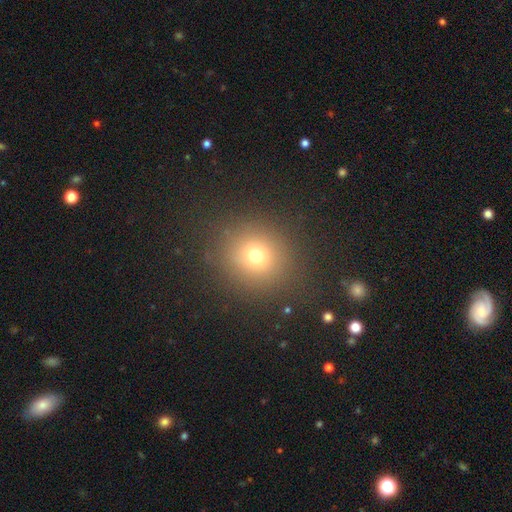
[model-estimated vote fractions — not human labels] smooth 71%, star or artifact 21%, featured or disk 8%. Down the decision tree: how rounded — round (86%); merging — none (88%).